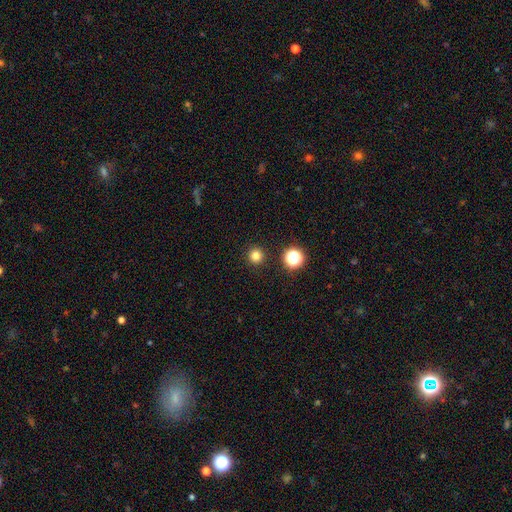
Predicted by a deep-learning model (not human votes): Smooth or featured?
  - smooth: 80% *
  - star or artifact: 16%
  - featured or disk: 5%
How rounded?
  - round: 96% *
  - in between: 3%
  - cigar-shaped: 1%
Merging?
  - none: 92% *
  - minor disturbance: 4%
  - major disturbance: 2%
  - merger: 1%